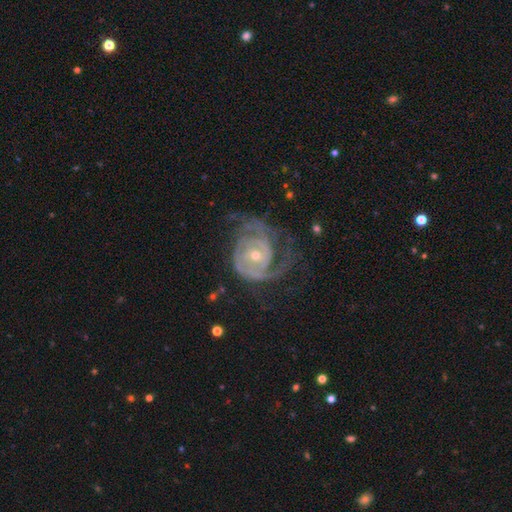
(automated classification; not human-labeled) A featured or disk galaxy (89%) with no bar (64%), 2 (50%) tight (61%) spiral arms (97%) and a small central bulge (57%). Merging: none (57%).